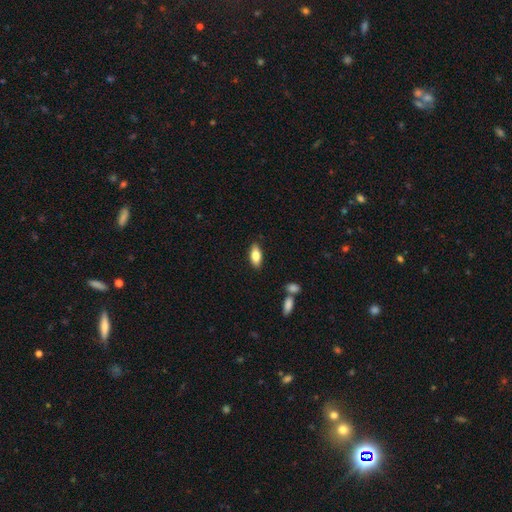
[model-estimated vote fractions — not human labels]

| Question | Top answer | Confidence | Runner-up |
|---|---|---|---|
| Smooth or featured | smooth | 79% | featured or disk (14%) |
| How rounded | in between | 83% | cigar-shaped (14%) |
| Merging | none | 86% | minor disturbance (10%) |